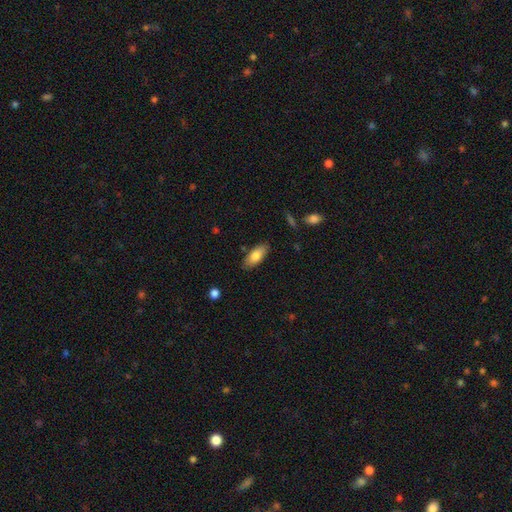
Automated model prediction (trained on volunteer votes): Q: Smooth or featured?
A: smooth (80%); runner-up: featured or disk (13%)
Q: How rounded?
A: in between (85%); runner-up: cigar-shaped (12%)
Q: Merging?
A: none (83%); runner-up: minor disturbance (13%)